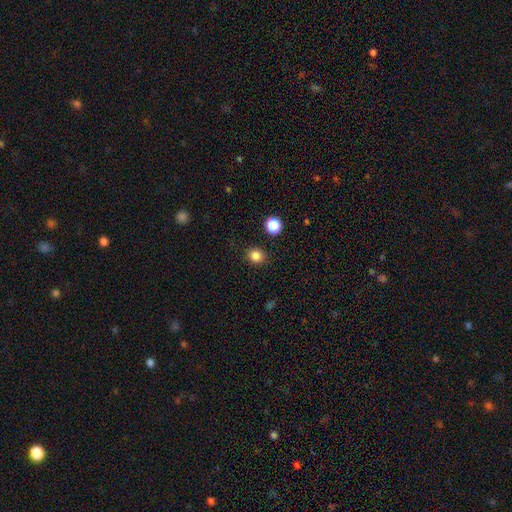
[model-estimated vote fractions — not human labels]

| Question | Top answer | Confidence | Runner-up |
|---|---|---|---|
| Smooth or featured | smooth | 84% | star or artifact (12%) |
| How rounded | round | 75% | in between (24%) |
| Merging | none | 89% | minor disturbance (7%) |